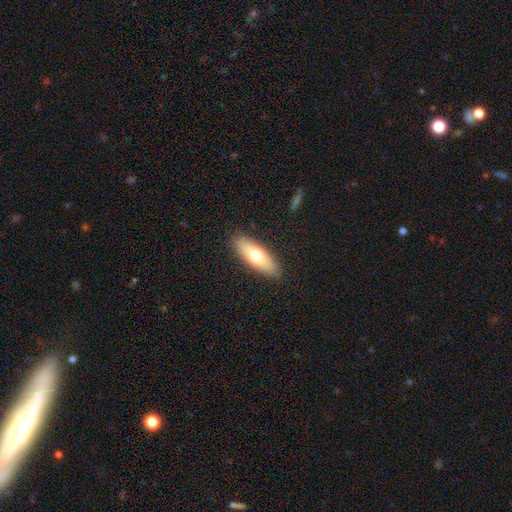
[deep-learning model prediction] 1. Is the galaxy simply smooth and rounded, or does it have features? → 65% smooth, 29% featured or disk, 6% star or artifact.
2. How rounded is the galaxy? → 59% in between, 39% cigar-shaped, 2% round.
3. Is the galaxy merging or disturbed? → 88% none, 9% minor disturbance, 2% major disturbance, 1% merger.